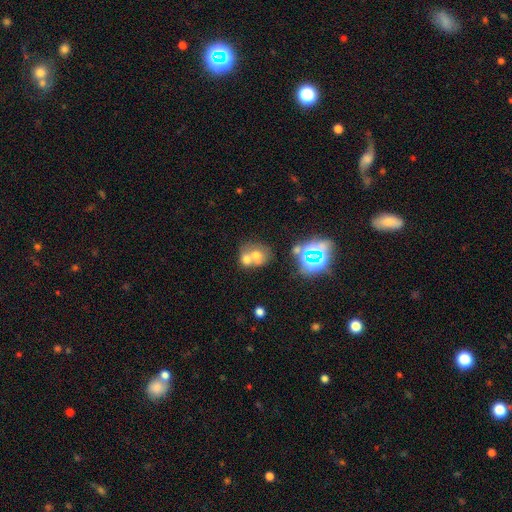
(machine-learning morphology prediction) This is possibly a smooth galaxy (55%). How rounded: likely round (69%). Merging: possibly merger (59%).